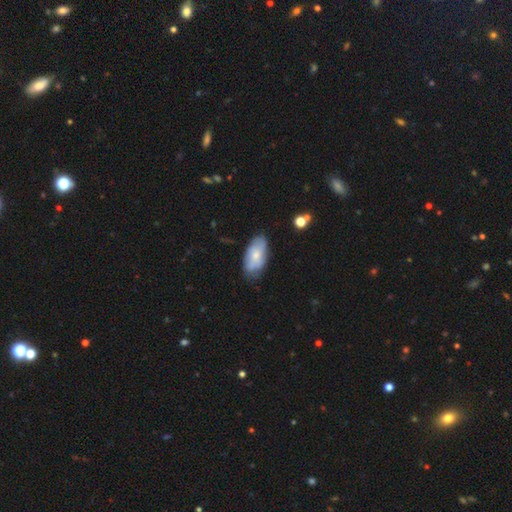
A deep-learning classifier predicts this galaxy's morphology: smooth_or_featured: smooth (p=0.61) [alt: featured or disk p=0.33]
how_rounded: in between (p=0.93) [alt: cigar-shaped p=0.04]
merging: none (p=0.67) [alt: minor disturbance p=0.25]